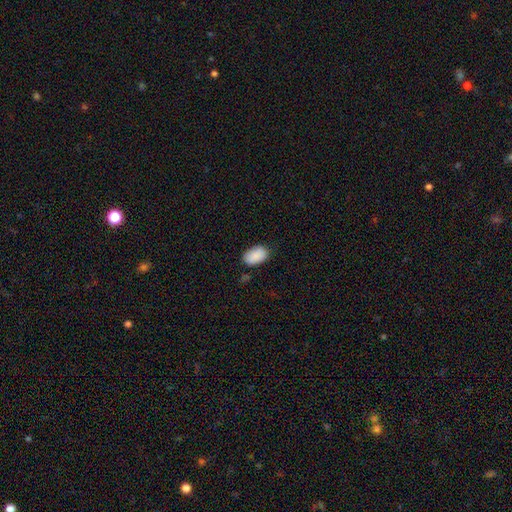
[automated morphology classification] Smooth or featured? Predicted: smooth (p=0.90). How rounded? Predicted: in between (p=0.91). Merging? Predicted: none (p=0.79).